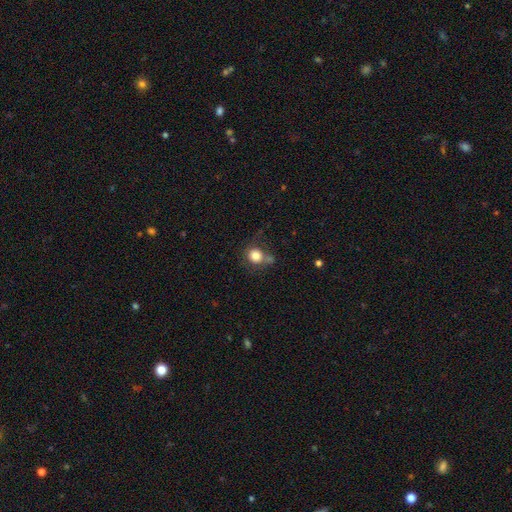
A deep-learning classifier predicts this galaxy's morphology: A smooth galaxy with no disk features (81%) that is round (79%). Merging: none (58%).